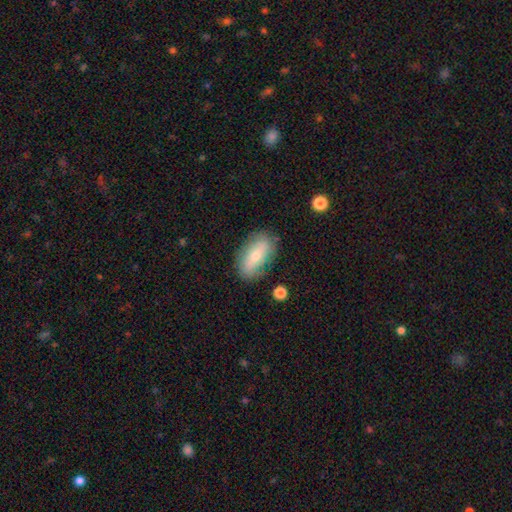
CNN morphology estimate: smooth 60%, featured or disk 32%, star or artifact 7%. Down the decision tree: how rounded — in between (89%); merging — none (78%).